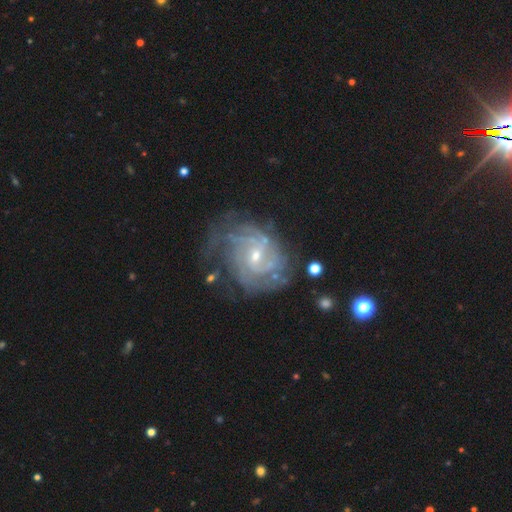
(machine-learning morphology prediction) Smooth or featured?
  - featured or disk: 89% *
  - star or artifact: 6%
  - smooth: 5%
Edge-on disk?
  - no: 98% *
  - yes: 2%
Bar?
  - weak: 47% *
  - no: 41%
  - strong: 11%
Spiral arms?
  - yes: 96% *
  - no: 4%
Spiral winding?
  - tight: 63% *
  - medium: 30%
  - loose: 7%
Spiral arm count?
  - can't tell: 35% *
  - 3: 17%
  - 2: 17%
  - 4: 16%
  - more than 4: 8%
  - 1: 6%
Bulge size?
  - small: 63% *
  - moderate: 33%
  - none: 1%
  - large: 1%
  - dominant: 1%
Merging?
  - none: 61% *
  - minor disturbance: 23%
  - major disturbance: 14%
  - merger: 3%